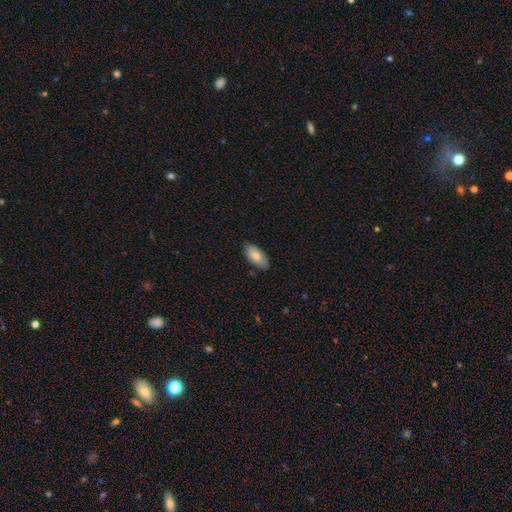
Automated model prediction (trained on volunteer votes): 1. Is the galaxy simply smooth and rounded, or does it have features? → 82% smooth, 12% featured or disk, 6% star or artifact.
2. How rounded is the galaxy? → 91% in between, 7% cigar-shaped, 2% round.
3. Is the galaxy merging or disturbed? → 82% none, 15% minor disturbance, 2% major disturbance, 1% merger.